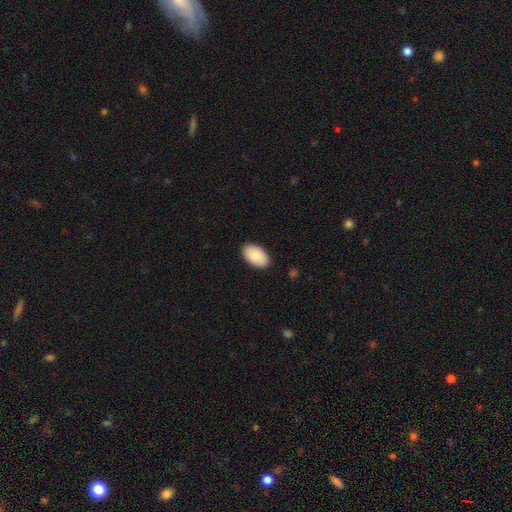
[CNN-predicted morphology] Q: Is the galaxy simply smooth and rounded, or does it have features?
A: smooth — 88%.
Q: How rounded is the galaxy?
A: in between — 94%.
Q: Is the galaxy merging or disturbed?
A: none — 89%.